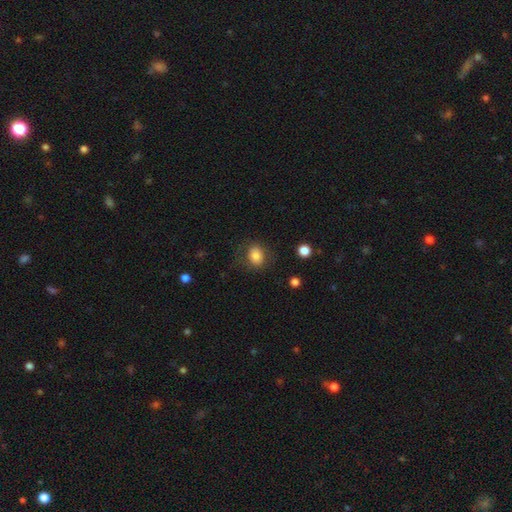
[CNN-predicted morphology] Smooth or featured? smooth (81%)
How rounded? round (50%)
Merging? none (75%)